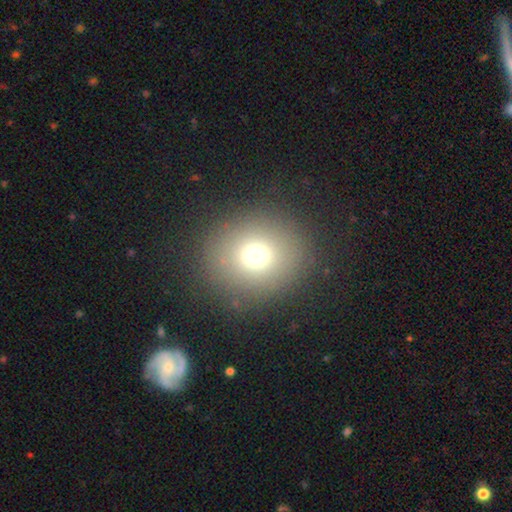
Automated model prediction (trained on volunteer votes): Q: Smooth or featured?
A: smooth (70%); runner-up: star or artifact (19%)
Q: How rounded?
A: round (82%); runner-up: in between (17%)
Q: Merging?
A: none (87%); runner-up: minor disturbance (7%)